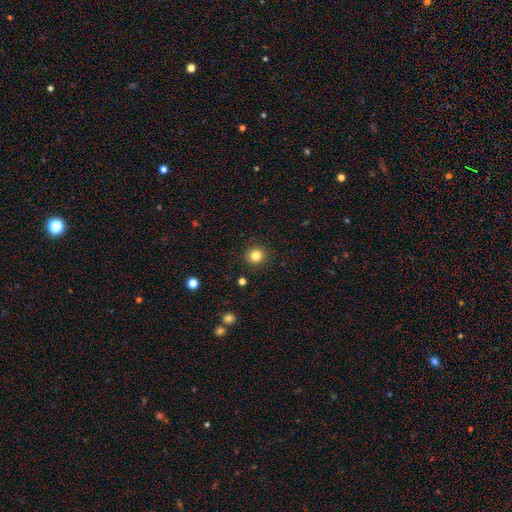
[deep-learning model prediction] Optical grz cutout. It shows a smooth galaxy with no disk features (83%) that is round (94%). Merging: none (92%).